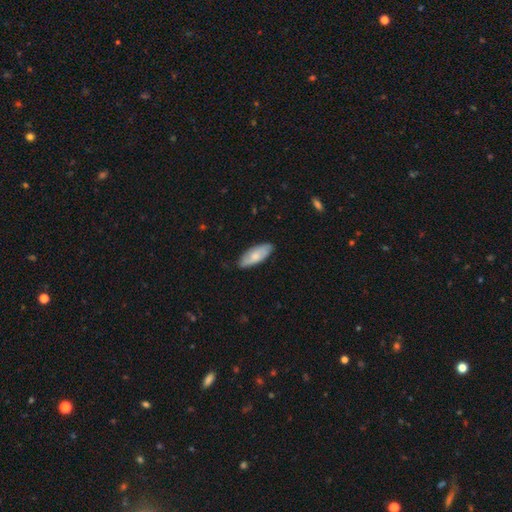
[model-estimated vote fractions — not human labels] A smooth galaxy with no disk features (67%) that is in between round and cigar-shaped (78%). Merging: none (82%).